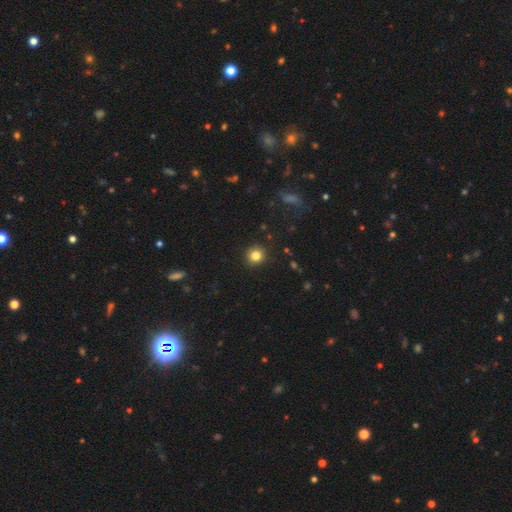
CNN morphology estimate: type=smooth (83%); roundness=round (92%); merging=none (91%).